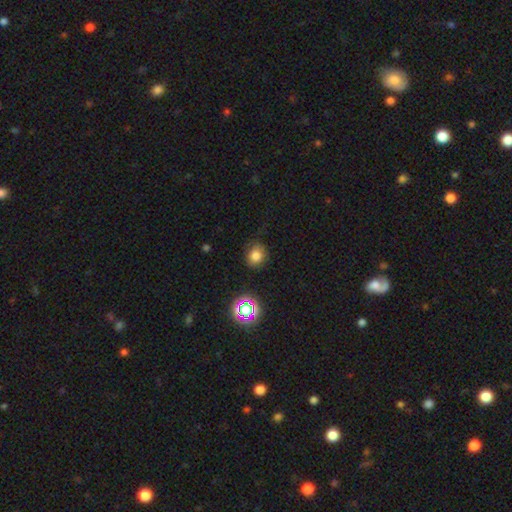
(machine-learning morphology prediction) smooth_or_featured: smooth (p=0.77) [alt: star or artifact p=0.16]
how_rounded: round (p=0.73) [alt: in between p=0.26]
merging: none (p=0.79) [alt: minor disturbance p=0.15]